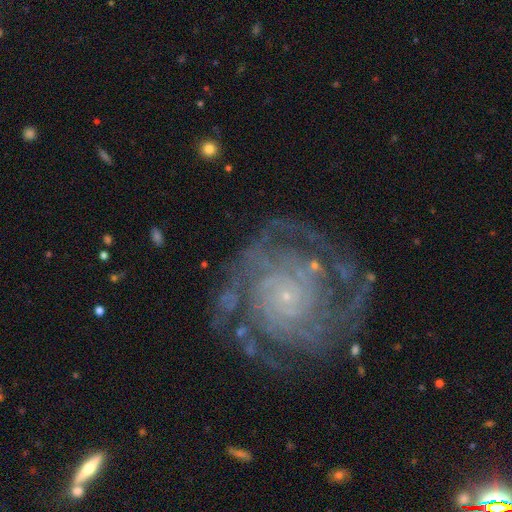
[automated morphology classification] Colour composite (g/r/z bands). It shows a featured or disk galaxy (87%) with no bar (81%), tight (72%) spiral arms (97%) and a small central bulge (86%). Merging: none (72%).